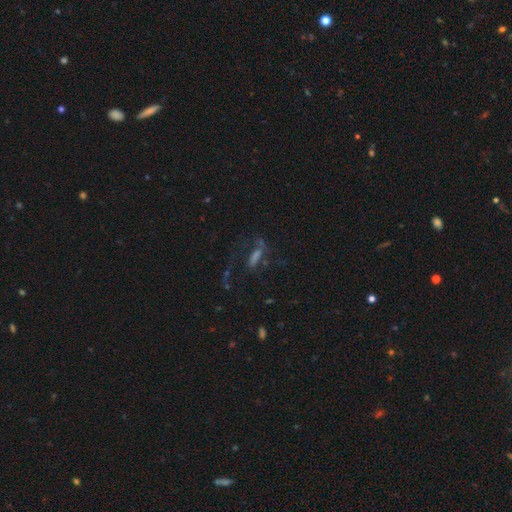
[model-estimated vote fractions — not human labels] Q: Smooth or featured?
A: featured or disk (45%); runner-up: smooth (28%)
Q: Merging?
A: none (49%); runner-up: major disturbance (30%)